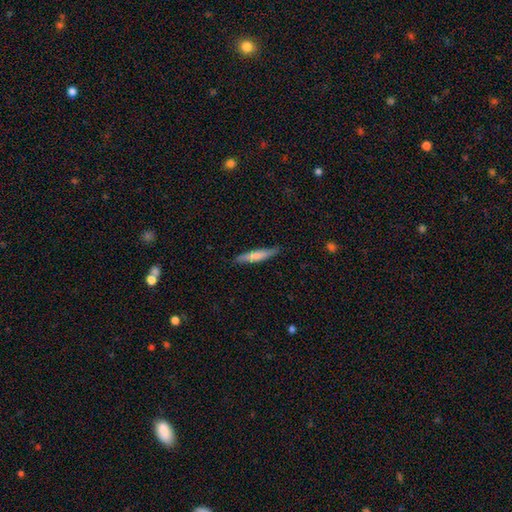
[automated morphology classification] A smooth galaxy with no disk features (70%) that is cigar-shaped (89%).

Vote fractions:
- Smooth or featured? smooth: 70% / featured or disk: 25% / star or artifact: 5%
- How rounded? cigar-shaped: 89% / in between: 10% / round: 1%
- Merging? none: 88% / minor disturbance: 9% / major disturbance: 2% / merger: 1%